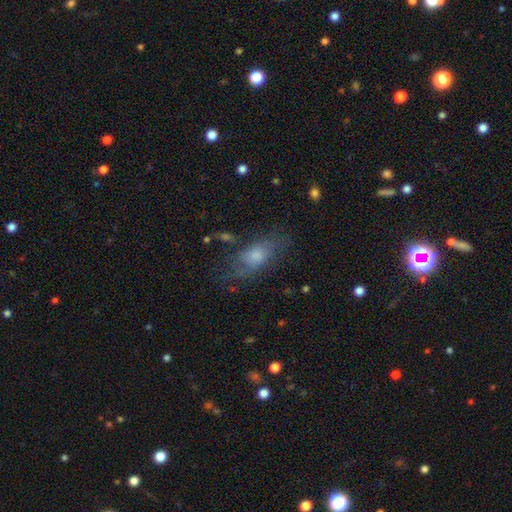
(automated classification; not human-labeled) Smooth or featured? smooth (59%)
How rounded? in between (78%)
Merging? none (53%)